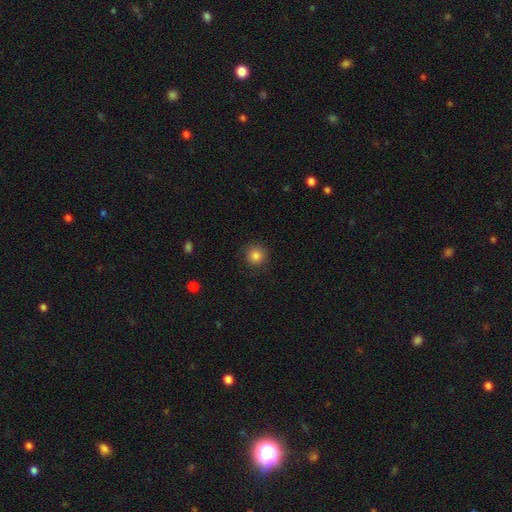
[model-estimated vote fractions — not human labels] smooth 84%, star or artifact 11%, featured or disk 5%. Down the decision tree: how rounded — round (94%); merging — none (88%).